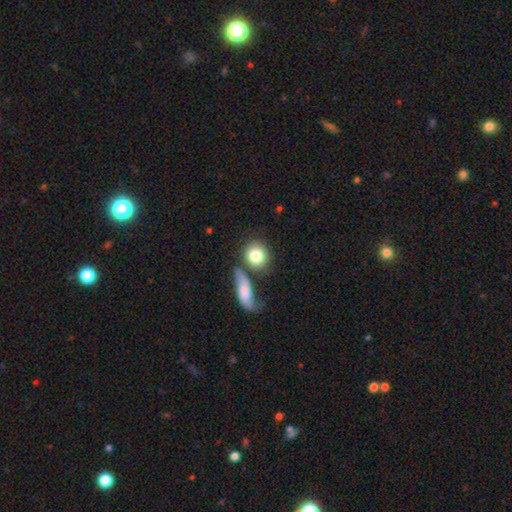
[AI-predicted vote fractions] A smooth galaxy with no disk features (80%) that is round (77%). Merging: none (59%).